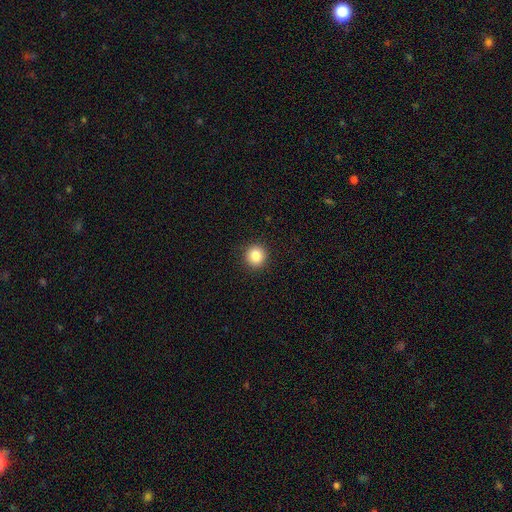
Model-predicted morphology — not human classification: Smooth or featured? Predicted: smooth (p=0.86). How rounded? Predicted: round (p=0.93). Merging? Predicted: none (p=0.92).